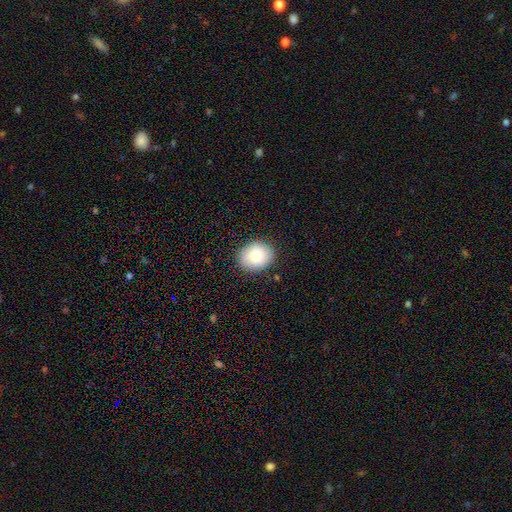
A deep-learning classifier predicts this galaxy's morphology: A smooth galaxy with no disk features (82%) that is round (53%).

Vote fractions:
- Smooth or featured? smooth: 82% / featured or disk: 10% / star or artifact: 8%
- How rounded? round: 53% / in between: 46% / cigar-shaped: 1%
- Merging? none: 88% / minor disturbance: 9% / major disturbance: 2% / merger: 1%